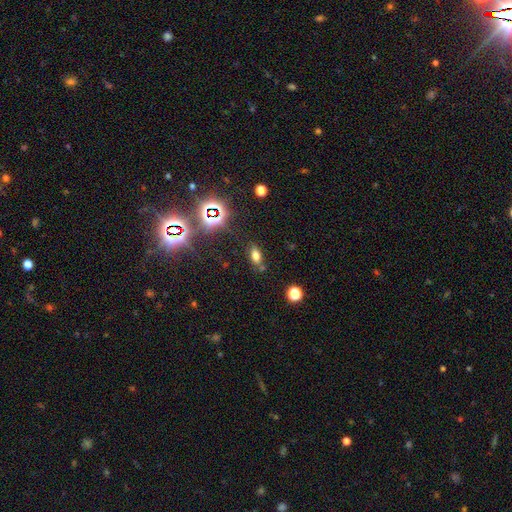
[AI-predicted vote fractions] Smooth or featured? smooth (65%)
How rounded? in between (83%)
Merging? none (76%)